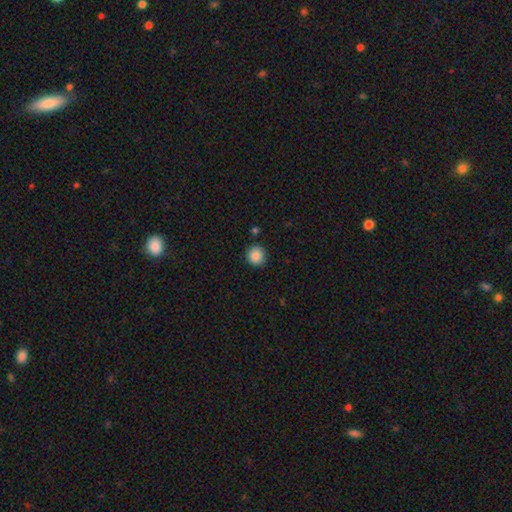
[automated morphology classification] Smooth or featured? Predicted: smooth (p=0.87). How rounded? Predicted: round (p=0.92). Merging? Predicted: none (p=0.90).